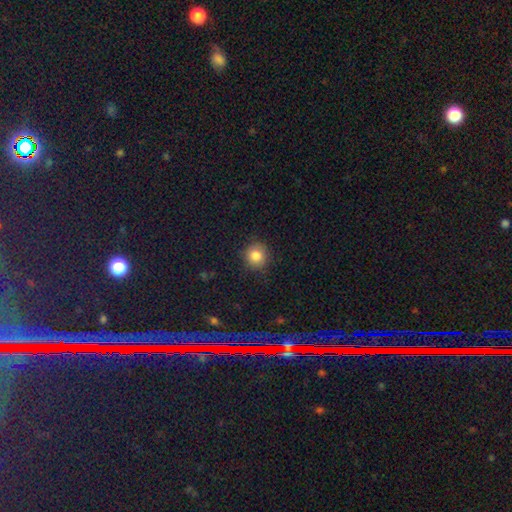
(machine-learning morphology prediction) This appears to be a smooth galaxy with no disk features (83%) that is round (90%). Merging: none (87%).